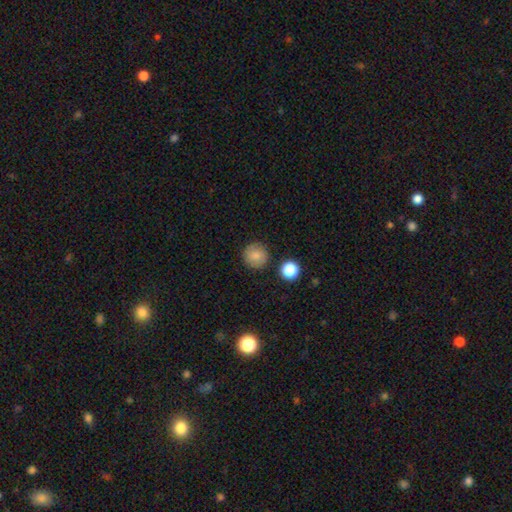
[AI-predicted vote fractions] smooth_or_featured: smooth (p=0.79) [alt: featured or disk p=0.11]
how_rounded: round (p=0.94) [alt: in between p=0.05]
merging: none (p=0.86) [alt: minor disturbance p=0.09]